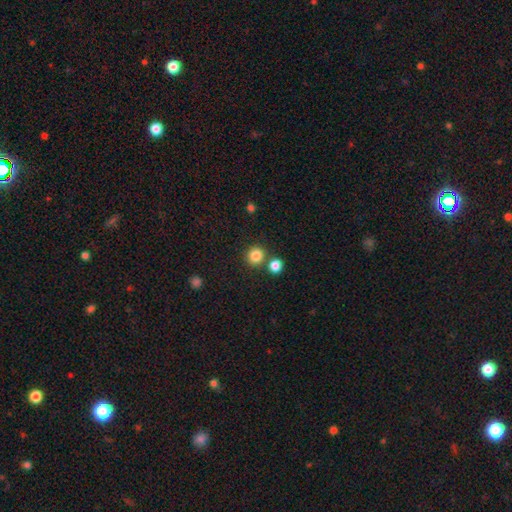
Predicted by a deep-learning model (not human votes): Overall: smooth (85%). How rounded: round (89%). Merging: none (76%).